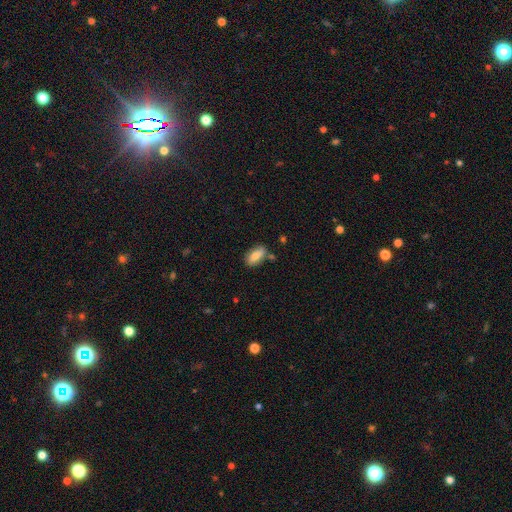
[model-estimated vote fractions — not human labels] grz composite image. It shows a smooth galaxy with no disk features (79%) that is in between round and cigar-shaped (89%). Merging: none (73%).